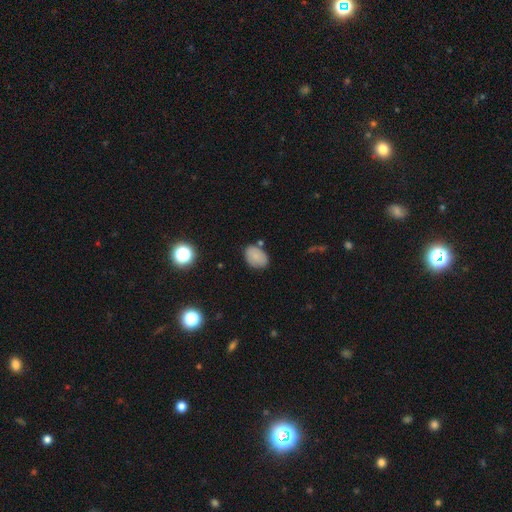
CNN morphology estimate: smooth 79%, featured or disk 11%, star or artifact 10%. Down the decision tree: how rounded — in between (80%); merging — none (73%).